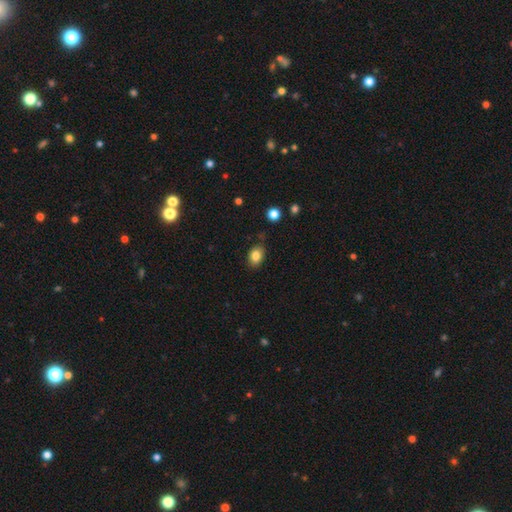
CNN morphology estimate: A smooth galaxy with no disk features (83%) that is in between round and cigar-shaped (69%).

Vote fractions:
- Smooth or featured? smooth: 83% / star or artifact: 10% / featured or disk: 7%
- How rounded? in between: 69% / round: 29% / cigar-shaped: 1%
- Merging? none: 78% / minor disturbance: 16% / major disturbance: 3% / merger: 3%